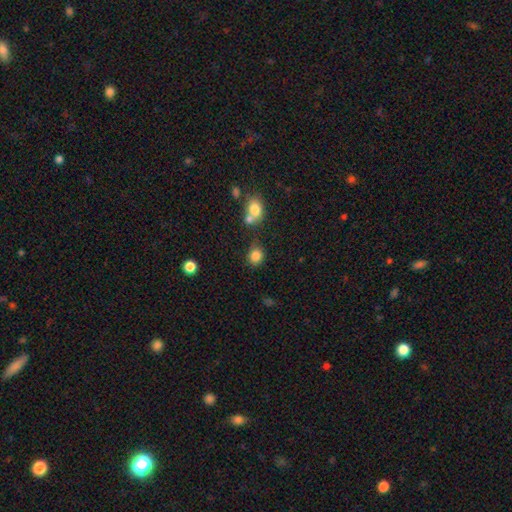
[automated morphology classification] This appears to be a smooth galaxy with no disk features (84%) that is round (72%). Merging: none (71%).